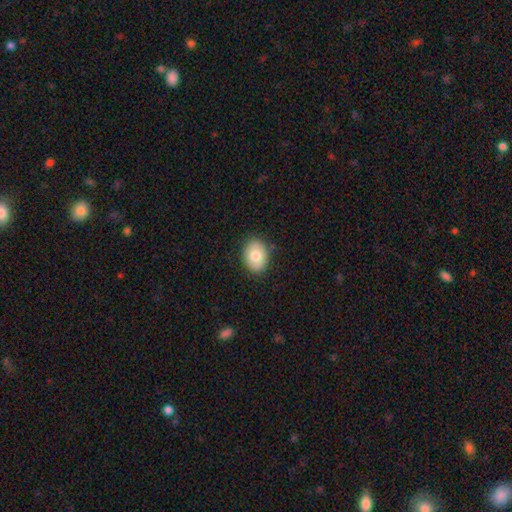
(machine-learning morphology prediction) Smooth or featured? smooth (80%)
How rounded? in between (71%)
Merging? none (85%)